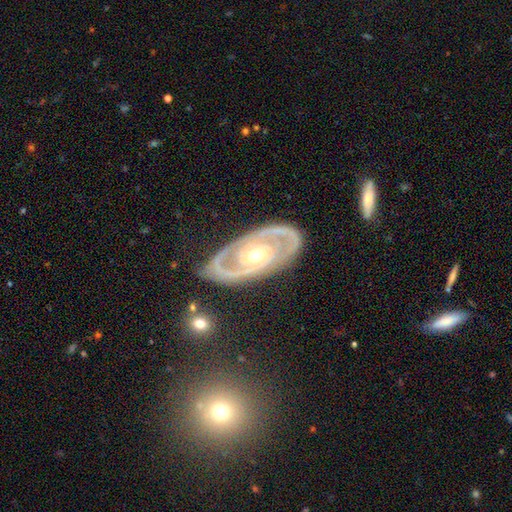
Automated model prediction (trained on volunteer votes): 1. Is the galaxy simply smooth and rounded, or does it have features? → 88% featured or disk, 7% smooth, 5% star or artifact.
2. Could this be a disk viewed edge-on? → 94% no, 6% yes.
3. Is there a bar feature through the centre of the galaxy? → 70% no, 20% weak, 10% strong.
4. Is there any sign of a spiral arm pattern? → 86% yes, 14% no.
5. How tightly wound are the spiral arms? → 61% tight, 31% medium, 8% loose.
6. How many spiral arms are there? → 78% 2, 11% can't tell, 5% 1, 3% 3, 2% 4, 2% more than 4.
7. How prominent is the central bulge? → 54% moderate, 41% small, 3% large, 1% dominant, 1% none.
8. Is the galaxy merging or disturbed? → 81% none, 13% minor disturbance, 5% major disturbance, 2% merger.